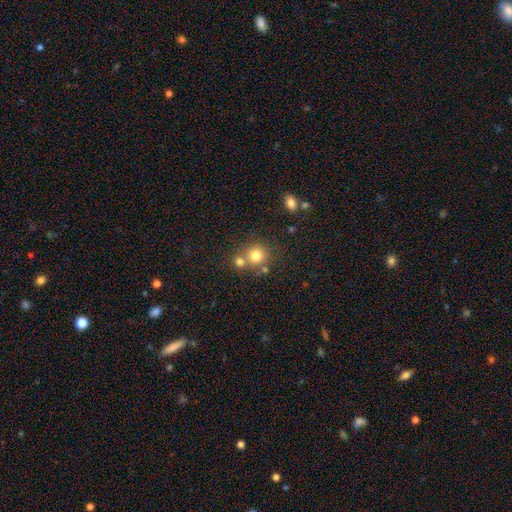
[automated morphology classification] Overall: smooth (77%). How rounded: round (89%). Merging: none (58%; merger 32%).